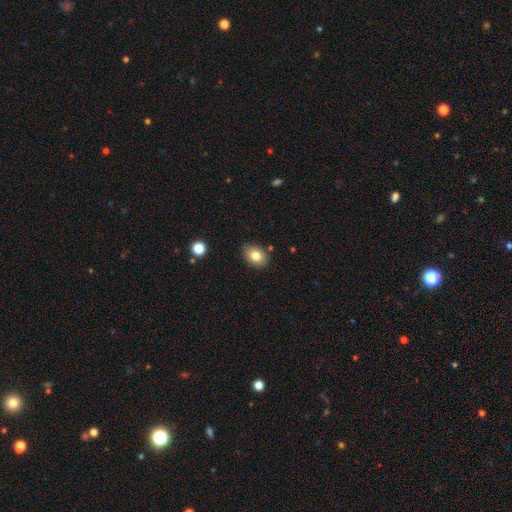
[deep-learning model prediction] smooth-or-featured: smooth: 81% | featured or disk: 10% | star or artifact: 9%
  how-rounded: in between: 74% | round: 25% | cigar-shaped: 1%
  merging: none: 84% | minor disturbance: 12% | merger: 2% | major disturbance: 2%